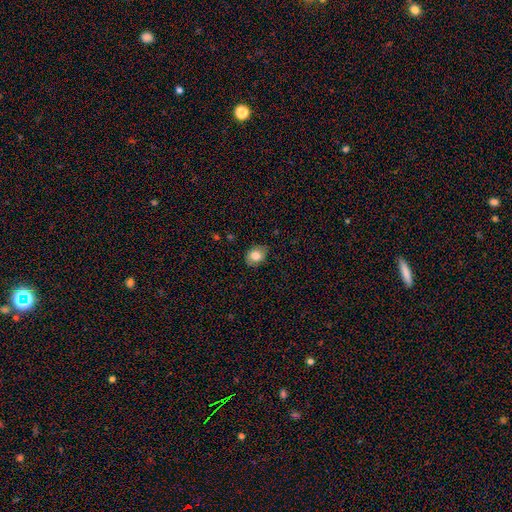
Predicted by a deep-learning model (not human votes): Smooth or featured: smooth — 81% (featured or disk — 10%)
How rounded: in between — 51% (round — 48%)
Merging: none — 80% (minor disturbance — 16%)